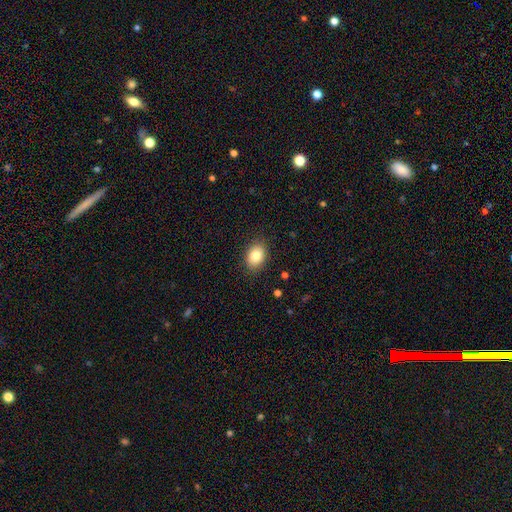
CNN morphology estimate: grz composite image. It shows a smooth galaxy with no disk features (83%) that is in between round and cigar-shaped (76%). Merging: none (87%).